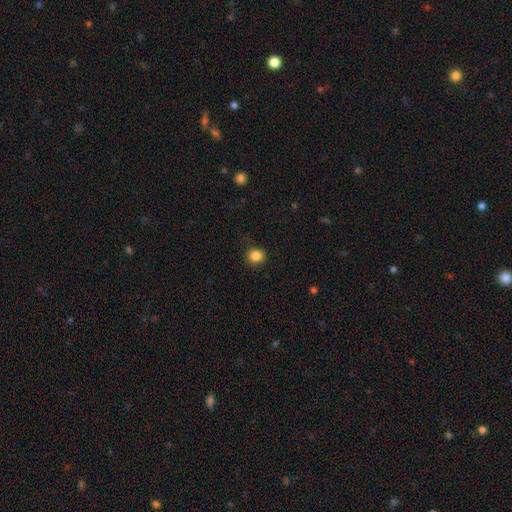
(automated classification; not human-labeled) smooth 86%, star or artifact 11%, featured or disk 4%. Down the decision tree: how rounded — round (88%); merging — none (89%).